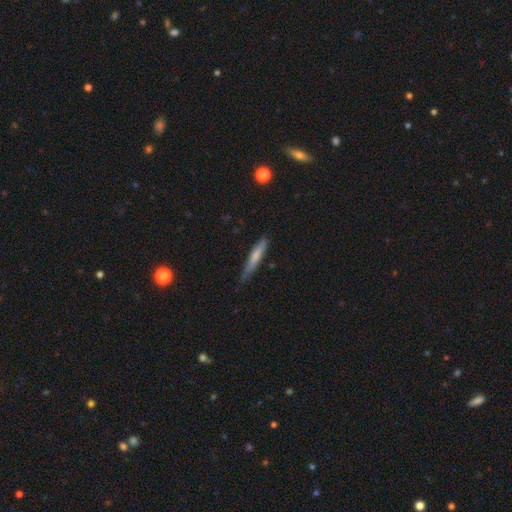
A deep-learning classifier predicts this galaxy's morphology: The model was most divided on "merging": none: 62%, minor disturbance: 31%, major disturbance: 5%, merger: 2%. More confident: how rounded — cigar-shaped (89%); smooth or featured — smooth (69%).